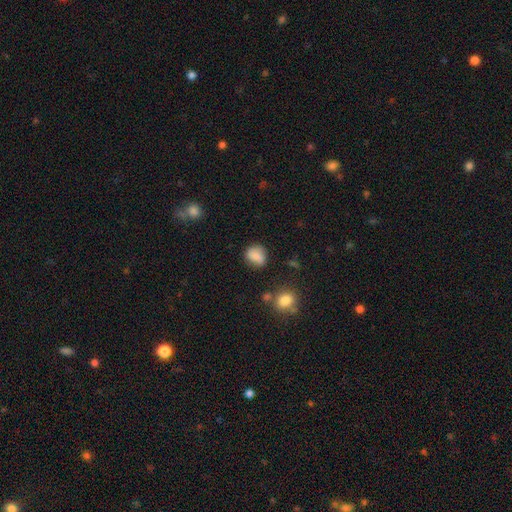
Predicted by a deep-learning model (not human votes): A smooth galaxy with no disk features (80%) that is round (64%). Merging: none (72%).